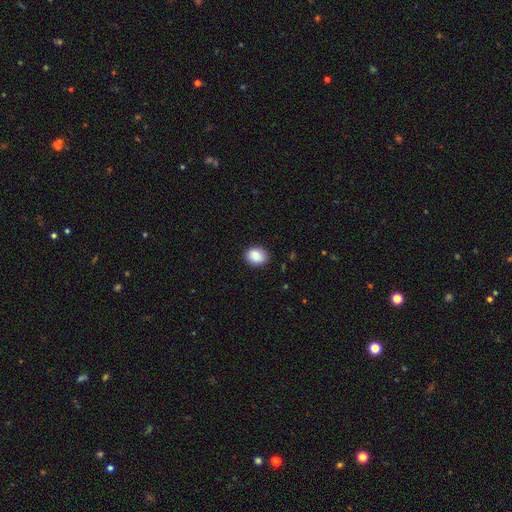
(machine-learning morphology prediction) A smooth galaxy with no disk features (89%) that is in between round and cigar-shaped (54%). Merging: none (87%).